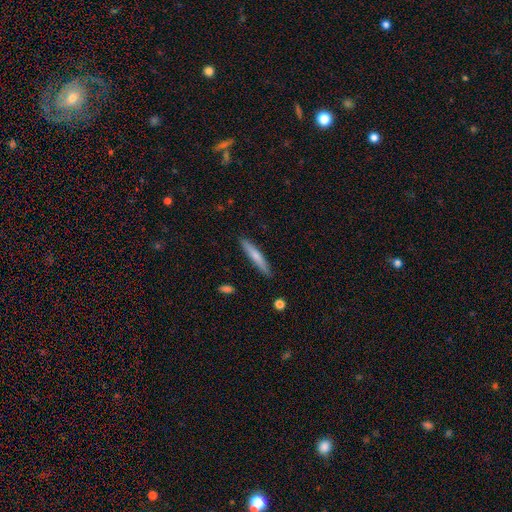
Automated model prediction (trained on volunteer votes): The model was most divided on "smooth or featured": smooth: 68%, featured or disk: 27%, star or artifact: 6%. More confident: how rounded — cigar-shaped (93%); merging — none (86%).